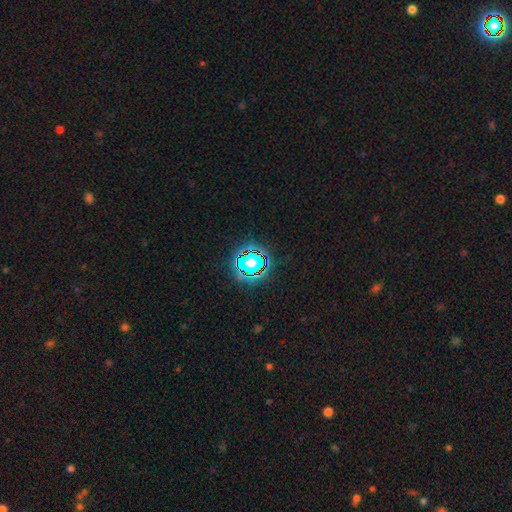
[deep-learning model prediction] Overall: star or artifact (72%).